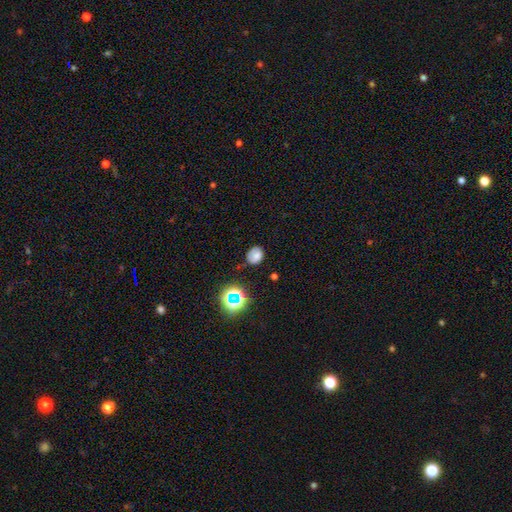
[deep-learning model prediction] This is likely a smooth galaxy (73%). How rounded: possibly round (53%). Merging: likely none (69%).